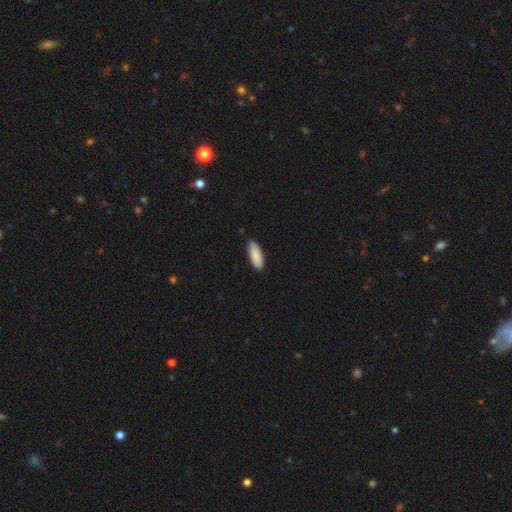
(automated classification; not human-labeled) Overall: smooth (90%). How rounded: in between (73%). Merging: none (90%).